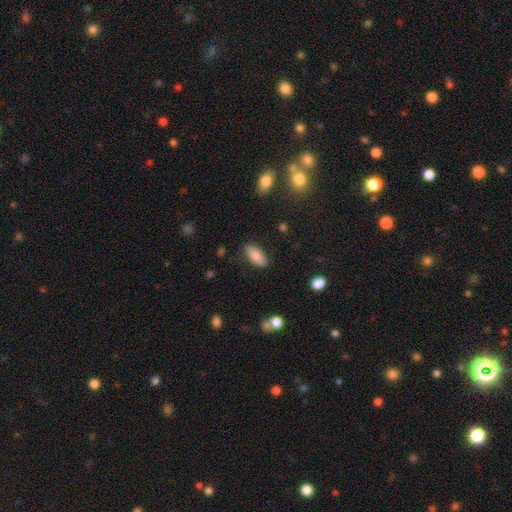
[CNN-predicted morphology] Smooth or featured? Predicted: smooth (p=0.76). How rounded? Predicted: in between (p=0.86). Merging? Predicted: none (p=0.85).